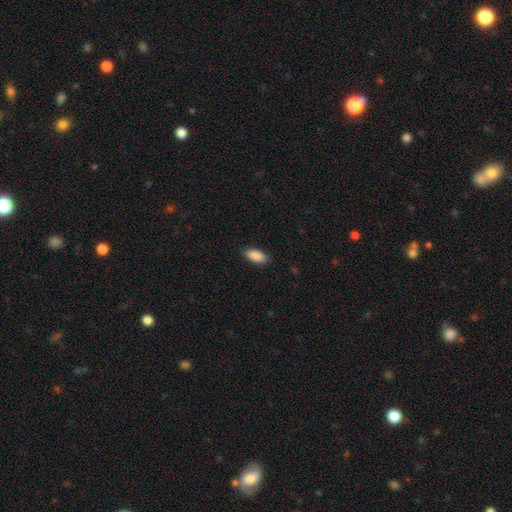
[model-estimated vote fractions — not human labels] This is clearly a smooth galaxy (90%). How rounded: clearly in between (90%). Merging: clearly none (86%).